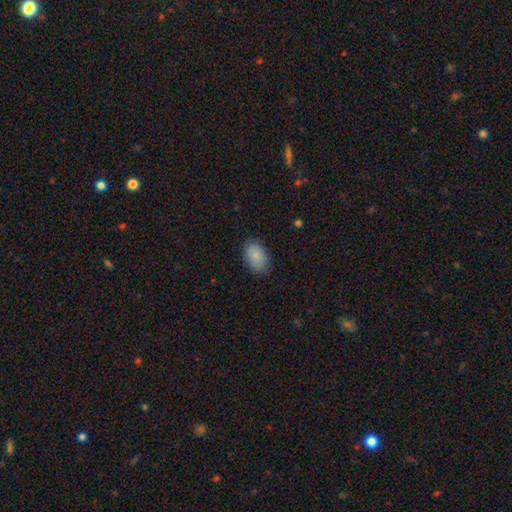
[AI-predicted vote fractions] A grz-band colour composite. It shows a smooth galaxy with no disk features (88%) that is in between round and cigar-shaped (88%). Merging: none (84%).